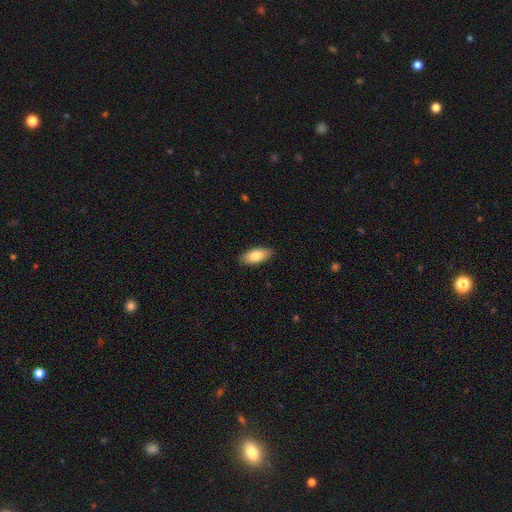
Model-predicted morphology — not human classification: smooth-or-featured: smooth: 83% | featured or disk: 11% | star or artifact: 6%
  how-rounded: in between: 87% | cigar-shaped: 11% | round: 2%
  merging: none: 88% | minor disturbance: 9% | major disturbance: 2% | merger: 1%